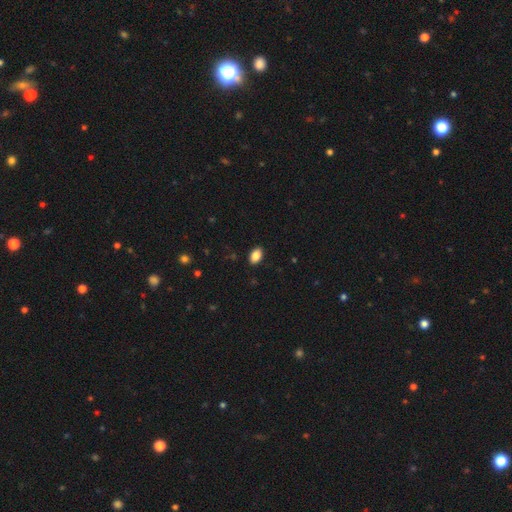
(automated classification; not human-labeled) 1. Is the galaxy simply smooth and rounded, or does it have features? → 88% smooth, 8% star or artifact, 4% featured or disk.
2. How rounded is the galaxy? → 89% in between, 10% round, 1% cigar-shaped.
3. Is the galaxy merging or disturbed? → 90% none, 7% minor disturbance, 2% major disturbance, 1% merger.